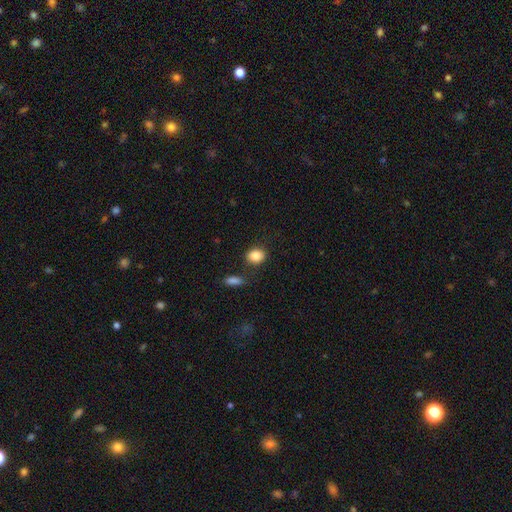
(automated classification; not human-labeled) Q: Smooth or featured?
A: smooth (85%); runner-up: star or artifact (9%)
Q: How rounded?
A: round (51%); runner-up: in between (47%)
Q: Merging?
A: none (80%); runner-up: minor disturbance (11%)